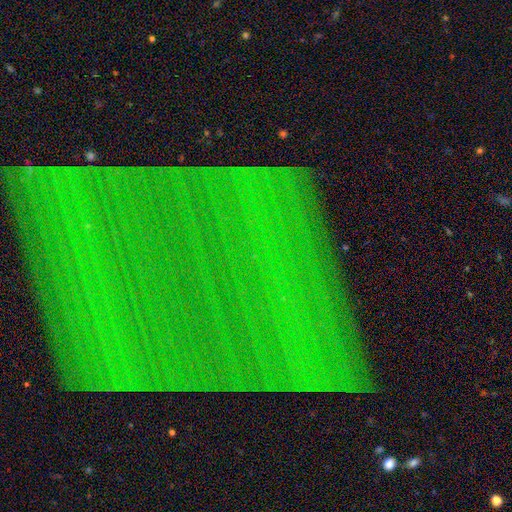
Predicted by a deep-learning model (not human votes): Smooth or featured? Predicted: star or artifact (p=0.85).